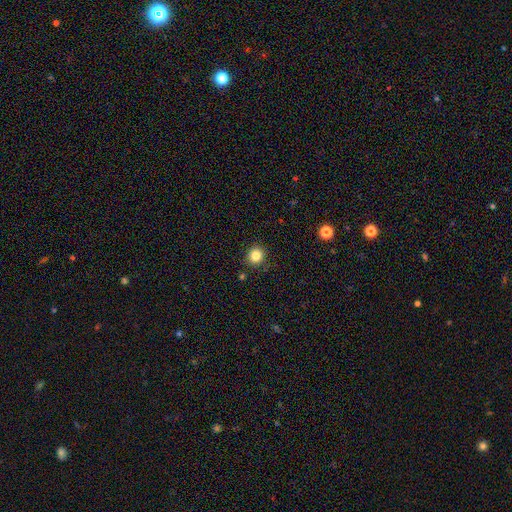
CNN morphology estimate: This appears to be a smooth galaxy with no disk features (84%) that is round (89%). Merging: none (88%).